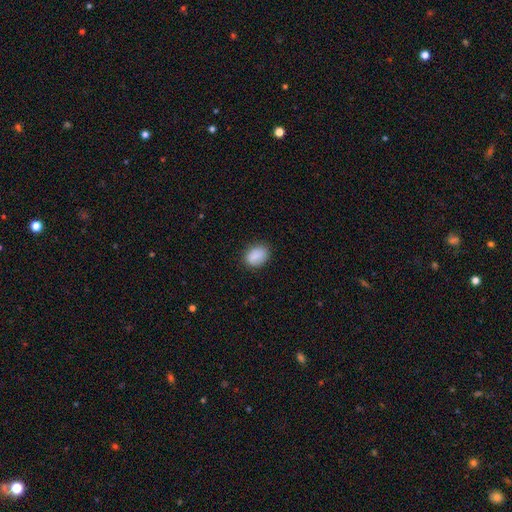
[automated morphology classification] Smooth or featured? smooth (85%)
How rounded? in between (73%)
Merging? none (80%)